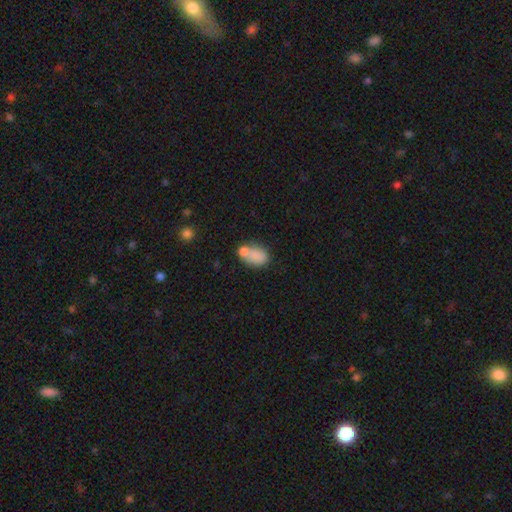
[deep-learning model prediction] Smooth or featured?
  - smooth: 78% *
  - featured or disk: 13%
  - star or artifact: 10%
How rounded?
  - in between: 80% *
  - round: 19%
  - cigar-shaped: 2%
Merging?
  - none: 40% *
  - merger: 33%
  - minor disturbance: 18%
  - major disturbance: 9%